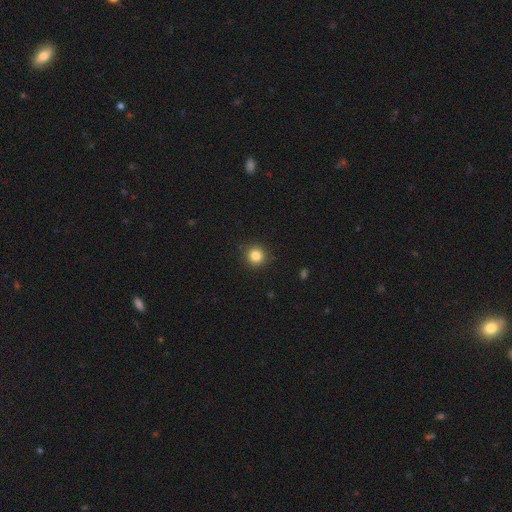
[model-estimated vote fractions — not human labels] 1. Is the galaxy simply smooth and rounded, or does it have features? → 84% smooth, 11% star or artifact, 5% featured or disk.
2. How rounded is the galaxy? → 94% round, 5% in between, 1% cigar-shaped.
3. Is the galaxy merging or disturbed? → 91% none, 6% minor disturbance, 2% major disturbance, 1% merger.